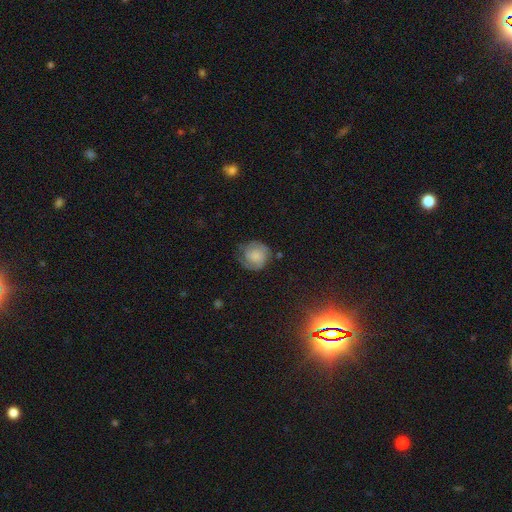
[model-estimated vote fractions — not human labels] A smooth galaxy with no disk features (49%).

Vote fractions:
- Smooth or featured? smooth: 49% / featured or disk: 42% / star or artifact: 8%
- Merging? none: 61% / minor disturbance: 25% / major disturbance: 12% / merger: 2%